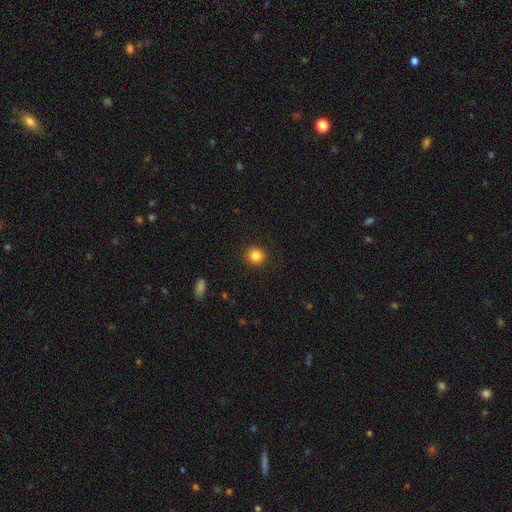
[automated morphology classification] Smooth or featured? Predicted: smooth (p=0.84). How rounded? Predicted: round (p=0.91). Merging? Predicted: none (p=0.92).